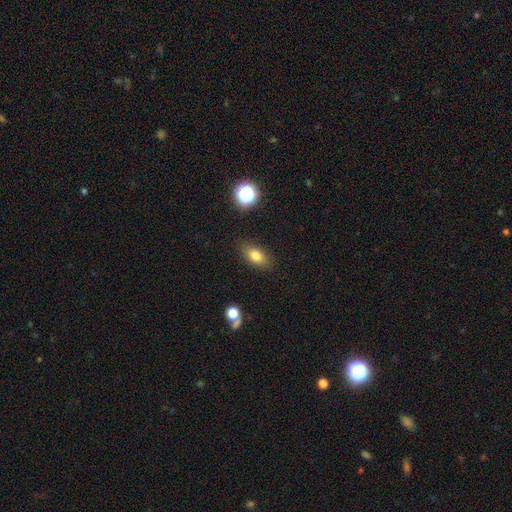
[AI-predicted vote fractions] A smooth galaxy with no disk features (80%) that is in between round and cigar-shaped (85%).

Vote fractions:
- Smooth or featured? smooth: 80% / star or artifact: 10% / featured or disk: 10%
- How rounded? in between: 85% / round: 10% / cigar-shaped: 5%
- Merging? none: 86% / minor disturbance: 10% / major disturbance: 3% / merger: 2%